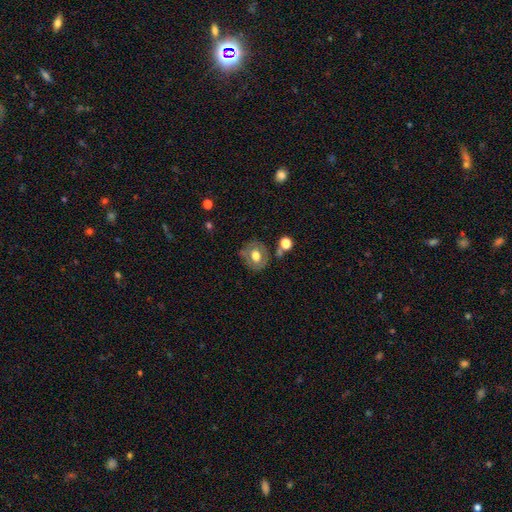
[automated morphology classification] Smooth or featured? Predicted: smooth (p=0.54). How rounded? Predicted: round (p=0.67). Merging? Predicted: none (p=0.67).